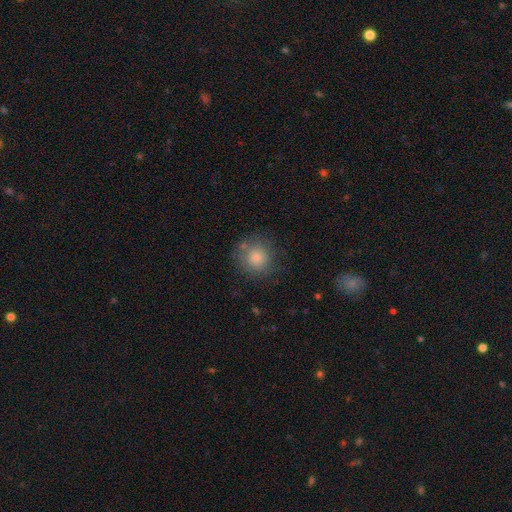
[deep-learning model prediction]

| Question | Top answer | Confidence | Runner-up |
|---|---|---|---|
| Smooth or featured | smooth | 80% | star or artifact (10%) |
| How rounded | round | 92% | in between (7%) |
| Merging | none | 74% | minor disturbance (15%) |